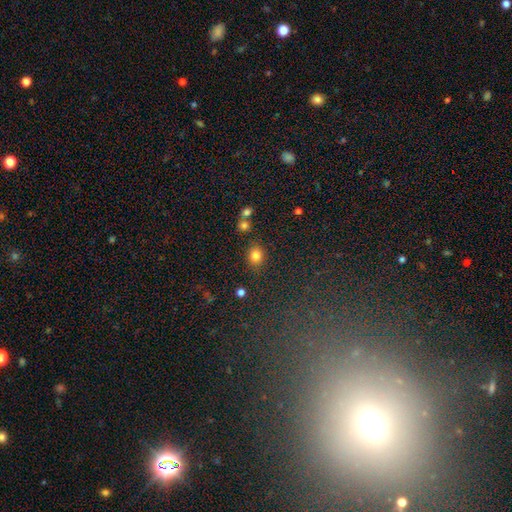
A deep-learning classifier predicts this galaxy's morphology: smooth_or_featured: smooth (p=0.82) [alt: star or artifact p=0.12]
how_rounded: round (p=0.66) [alt: in between p=0.33]
merging: none (p=0.80) [alt: minor disturbance p=0.10]